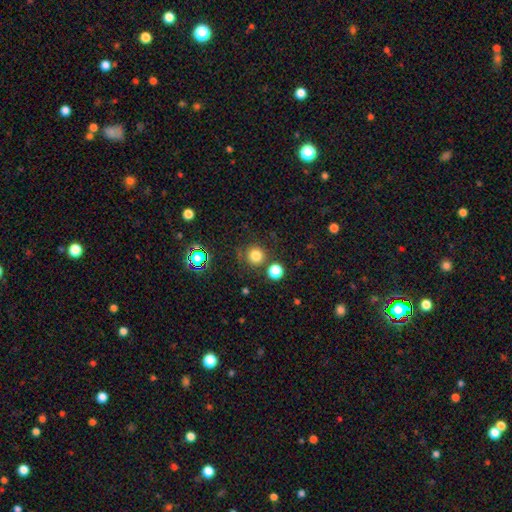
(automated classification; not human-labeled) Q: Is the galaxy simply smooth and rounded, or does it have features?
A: smooth — 78%.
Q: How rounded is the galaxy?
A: round — 94%.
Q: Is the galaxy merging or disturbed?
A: none — 78%.